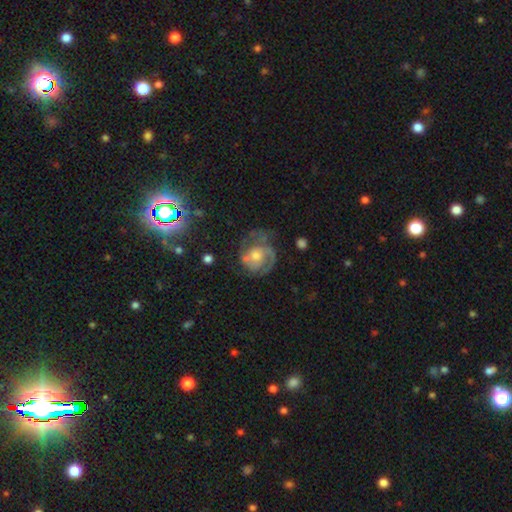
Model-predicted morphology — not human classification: A featured or disk galaxy (73%) with no bar (73%), 2 (39%) tight (48%) spiral arms (87%) and a moderate central bulge (57%). Merging: none (59%).